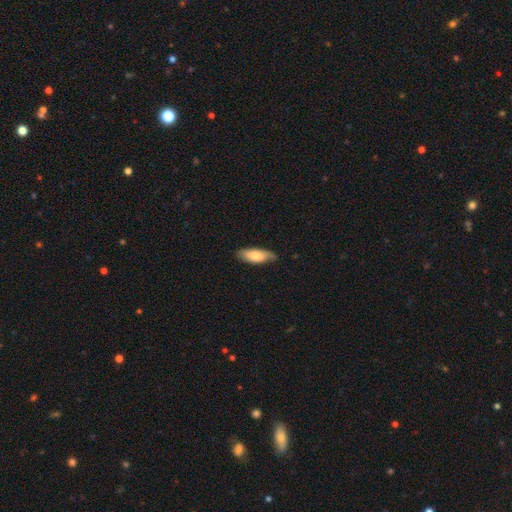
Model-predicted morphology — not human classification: A smooth galaxy with no disk features (76%) that is in between round and cigar-shaped (69%).

Vote fractions:
- Smooth or featured? smooth: 76% / featured or disk: 19% / star or artifact: 6%
- How rounded? in between: 69% / cigar-shaped: 29% / round: 2%
- Merging? none: 74% / minor disturbance: 22% / major disturbance: 3% / merger: 1%